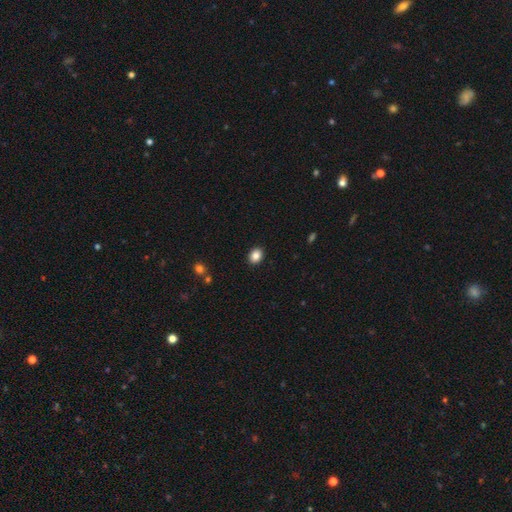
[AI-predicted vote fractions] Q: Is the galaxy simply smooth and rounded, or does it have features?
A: smooth — 86%.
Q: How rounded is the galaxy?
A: round — 51%.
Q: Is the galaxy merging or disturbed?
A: none — 91%.